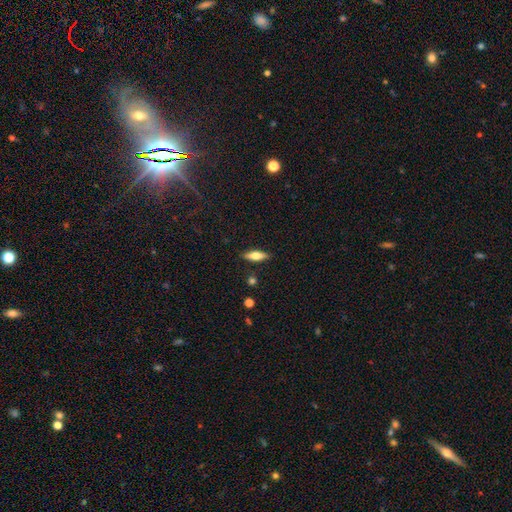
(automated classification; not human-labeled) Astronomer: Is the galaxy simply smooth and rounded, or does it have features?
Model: smooth — 67%.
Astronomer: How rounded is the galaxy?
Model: in between — 55% (runner-up: cigar-shaped, 42%).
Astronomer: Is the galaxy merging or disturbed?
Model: none — 87%.